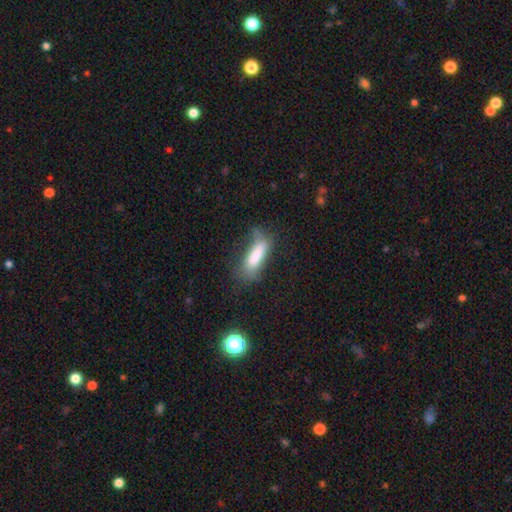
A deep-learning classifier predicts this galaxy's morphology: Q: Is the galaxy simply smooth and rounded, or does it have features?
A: smooth — 75%.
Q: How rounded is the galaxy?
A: cigar-shaped — 54%.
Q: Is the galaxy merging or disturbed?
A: none — 45%.